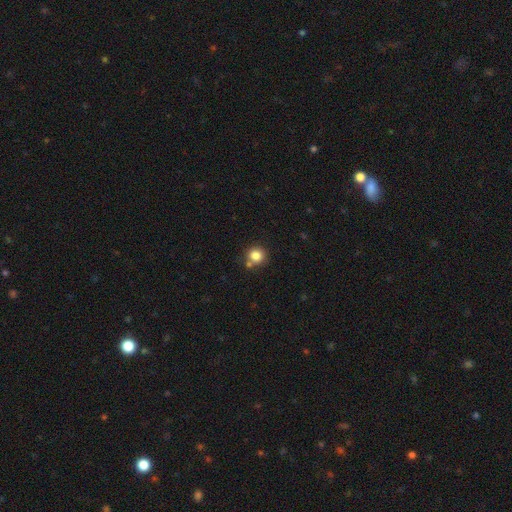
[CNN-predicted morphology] Smooth or featured: smooth — 83% (star or artifact — 11%)
How rounded: round — 89% (in between — 10%)
Merging: none — 71% (merger — 14%)